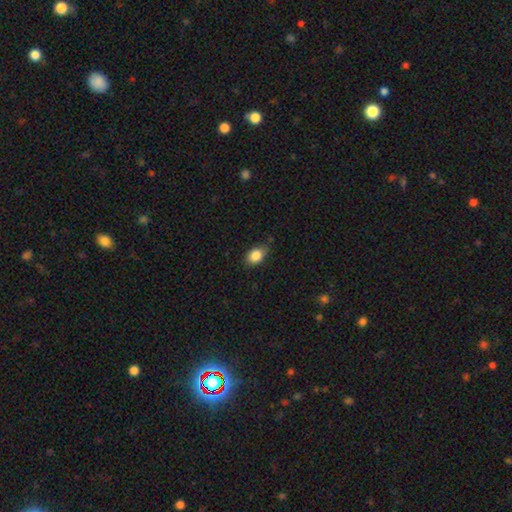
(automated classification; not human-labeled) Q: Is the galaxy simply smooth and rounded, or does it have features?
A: smooth — 86%.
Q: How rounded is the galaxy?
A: in between — 77%.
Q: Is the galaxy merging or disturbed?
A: none — 75%.